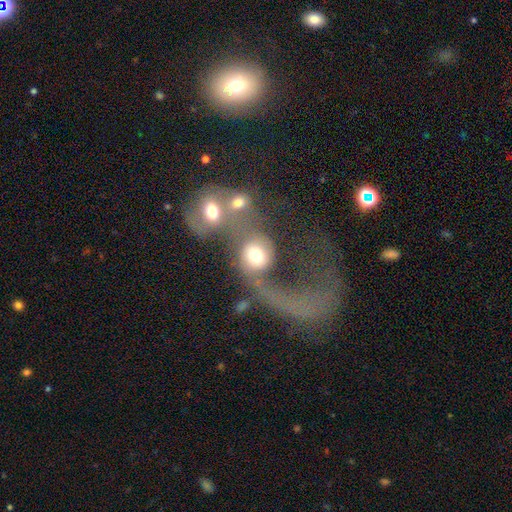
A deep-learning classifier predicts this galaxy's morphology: Smooth or featured?
  - smooth: 59% *
  - featured or disk: 30%
  - star or artifact: 12%
How rounded?
  - round: 69% *
  - in between: 29%
  - cigar-shaped: 2%
Merging?
  - merger: 53% *
  - major disturbance: 25%
  - none: 15%
  - minor disturbance: 7%